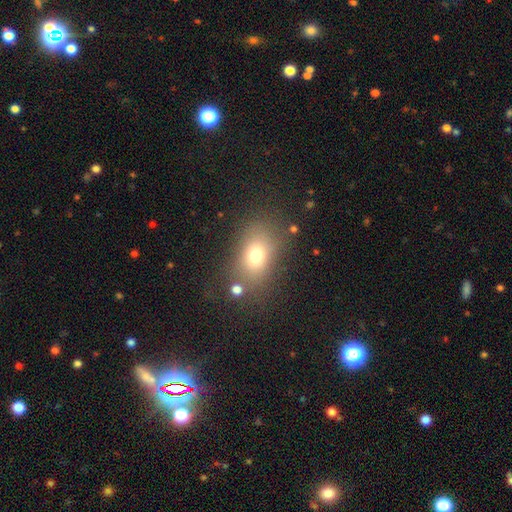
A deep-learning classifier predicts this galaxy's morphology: The model was most divided on "how rounded": in between: 76%, round: 21%, cigar-shaped: 3%. More confident: smooth or featured — smooth (71%); merging — none (71%).